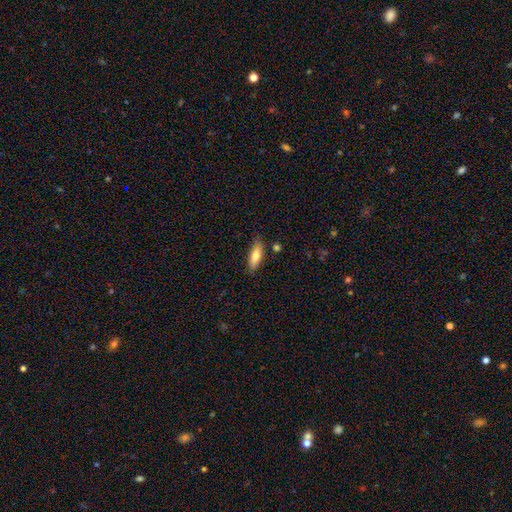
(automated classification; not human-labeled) This appears to be a smooth galaxy with no disk features (76%) that is in between round and cigar-shaped (57%). Merging: none (80%).